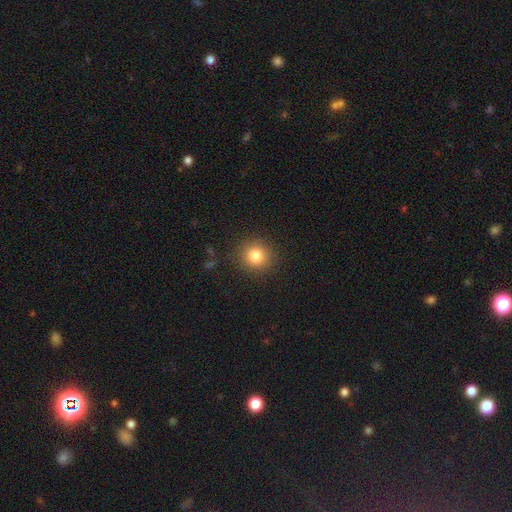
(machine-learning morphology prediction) smooth-or-featured: smooth: 82% | star or artifact: 12% | featured or disk: 6%
  how-rounded: round: 91% | in between: 9% | cigar-shaped: 1%
  merging: none: 89% | minor disturbance: 7% | major disturbance: 3% | merger: 1%